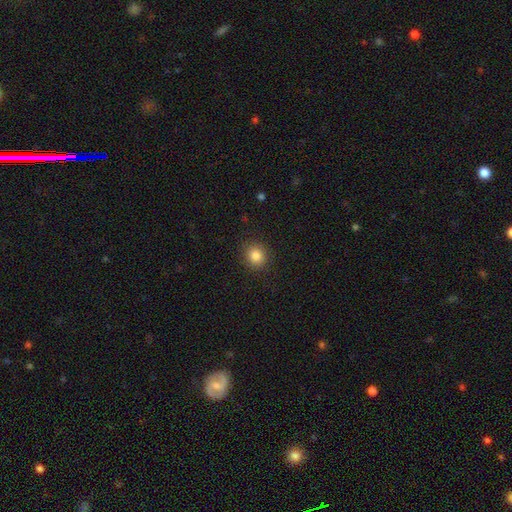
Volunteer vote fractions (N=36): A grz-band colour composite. It shows a smooth galaxy with no disk features (92%) that is round (79%). Merging: none (88%).